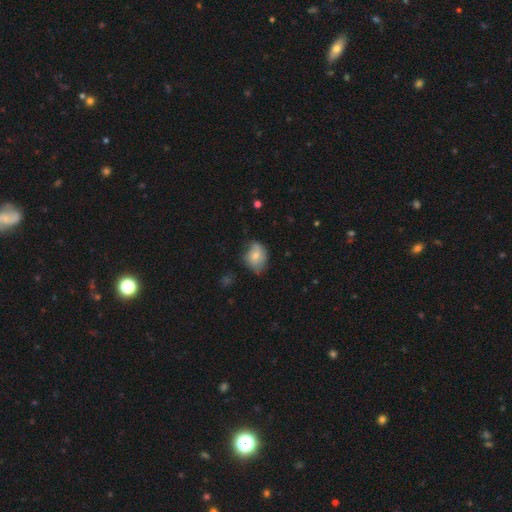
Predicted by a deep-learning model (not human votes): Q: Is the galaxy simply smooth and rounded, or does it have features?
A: smooth — 68%.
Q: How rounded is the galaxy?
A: in between — 58%.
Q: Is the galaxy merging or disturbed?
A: none — 51%.